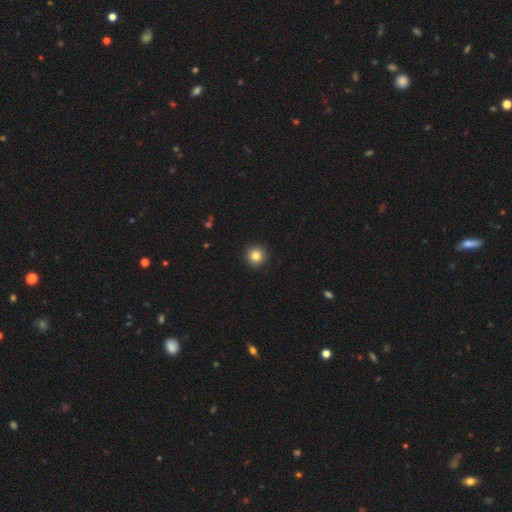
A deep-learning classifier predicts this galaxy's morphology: smooth 82%, star or artifact 11%, featured or disk 7%. Down the decision tree: how rounded — round (95%); merging — none (93%).